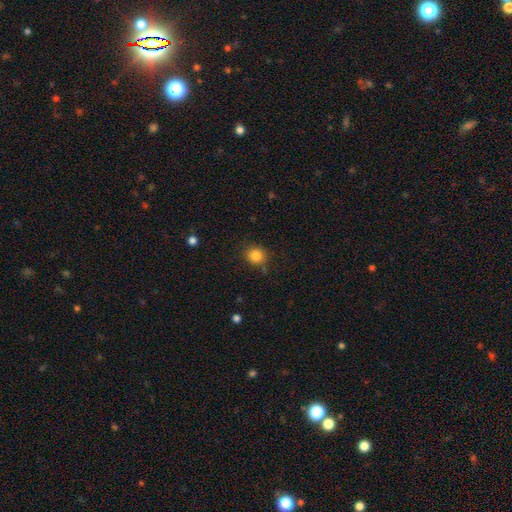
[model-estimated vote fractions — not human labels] smooth-or-featured: smooth: 84% | star or artifact: 11% | featured or disk: 5%
  how-rounded: round: 79% | in between: 20% | cigar-shaped: 1%
  merging: none: 81% | minor disturbance: 12% | merger: 4% | major disturbance: 3%